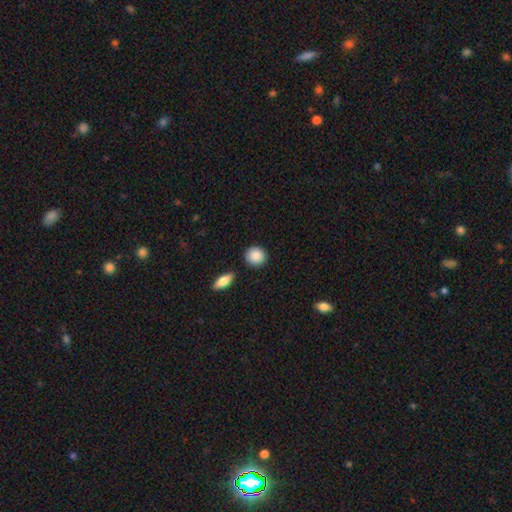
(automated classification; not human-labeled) smooth_or_featured: smooth (p=0.89) [alt: star or artifact p=0.07]
how_rounded: round (p=0.86) [alt: in between p=0.13]
merging: none (p=0.88) [alt: minor disturbance p=0.07]